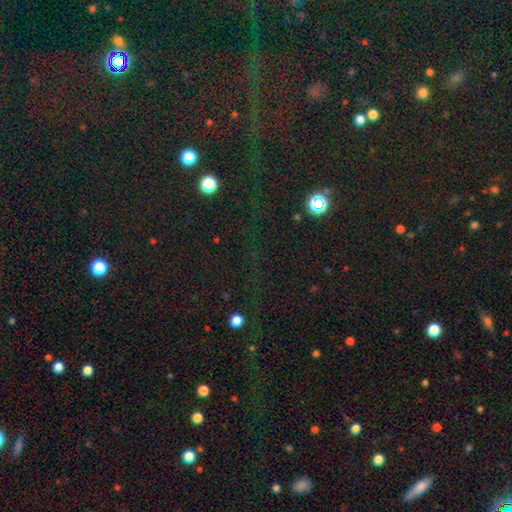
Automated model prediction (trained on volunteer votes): smooth_or_featured: star or artifact (p=0.77) [alt: smooth p=0.15]